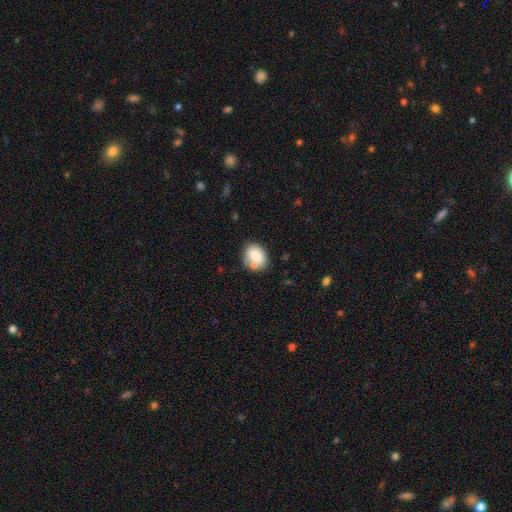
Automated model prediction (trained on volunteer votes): Q: Smooth or featured?
A: smooth (78%); runner-up: featured or disk (14%)
Q: How rounded?
A: in between (60%); runner-up: round (39%)
Q: Merging?
A: none (59%); runner-up: merger (19%)